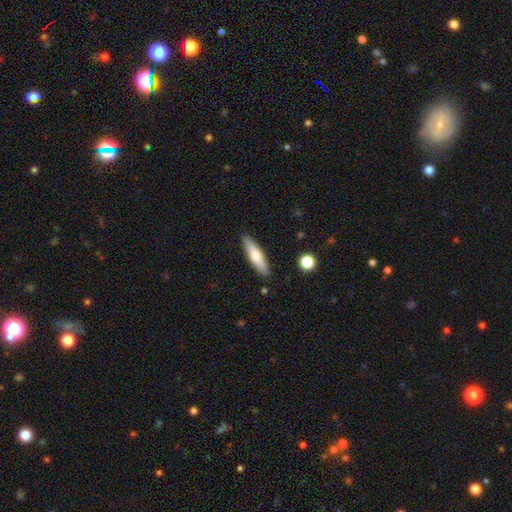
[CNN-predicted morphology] Smooth or featured?
  - smooth: 65% *
  - featured or disk: 29%
  - star or artifact: 6%
How rounded?
  - cigar-shaped: 72% *
  - in between: 27%
  - round: 2%
Merging?
  - none: 89% *
  - minor disturbance: 8%
  - major disturbance: 2%
  - merger: 2%